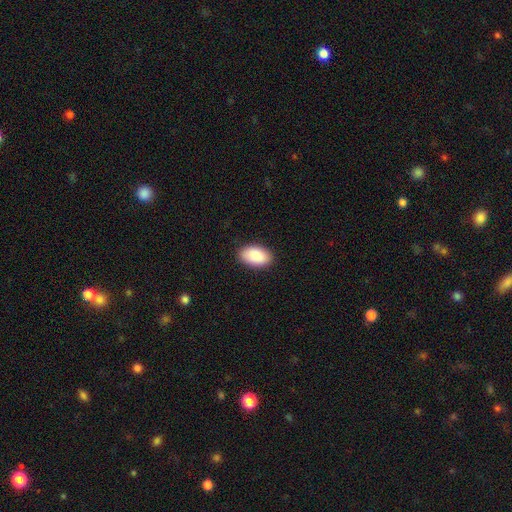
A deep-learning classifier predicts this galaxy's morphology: smooth_or_featured: smooth (p=0.91) [alt: star or artifact p=0.06]
how_rounded: in between (p=0.95) [alt: round p=0.04]
merging: none (p=0.88) [alt: minor disturbance p=0.09]